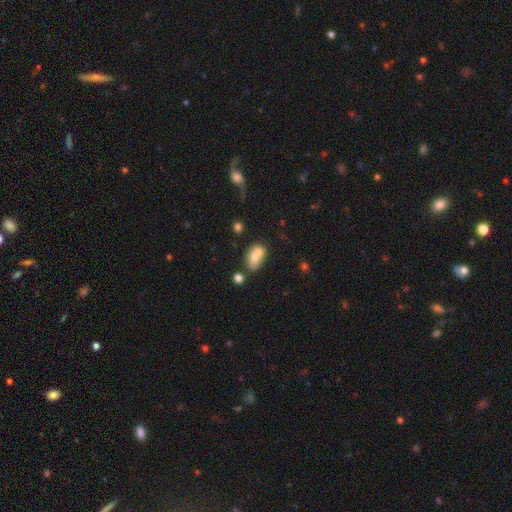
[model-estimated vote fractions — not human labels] This appears to be a smooth galaxy with no disk features (70%) that is in between round and cigar-shaped (84%). Merging: merger (41%).